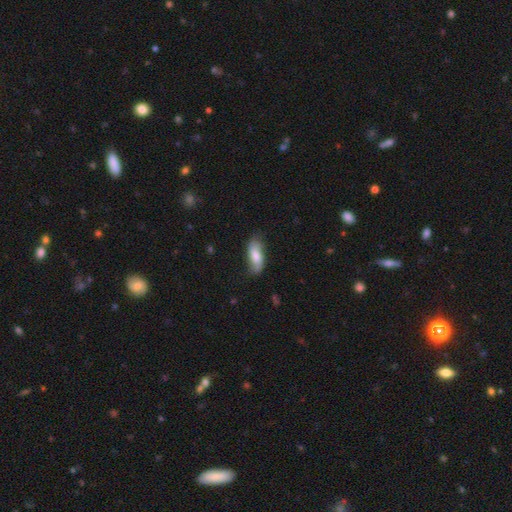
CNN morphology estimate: Smooth or featured? Predicted: smooth (p=0.71). How rounded? Predicted: in between (p=0.79). Merging? Predicted: none (p=0.69).